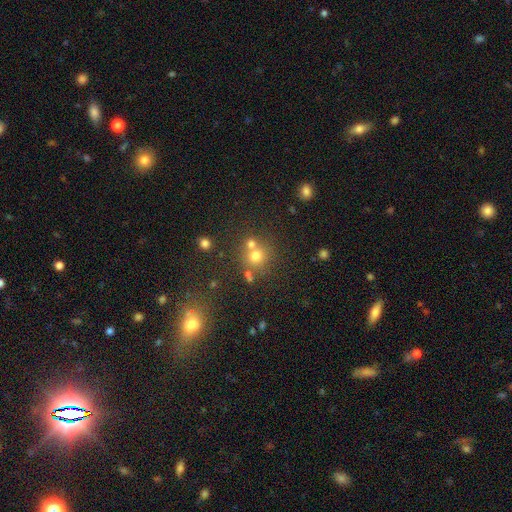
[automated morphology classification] smooth_or_featured: smooth (p=0.69) [alt: star or artifact p=0.19]
how_rounded: round (p=0.89) [alt: in between p=0.10]
merging: none (p=0.58) [alt: merger p=0.30]